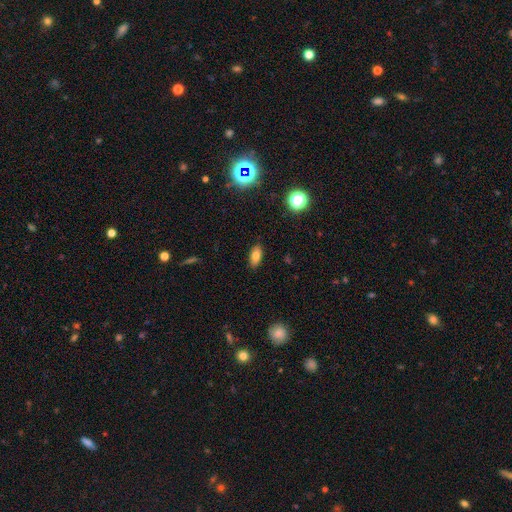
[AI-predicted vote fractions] Smooth or featured?
  - smooth: 79% *
  - star or artifact: 11%
  - featured or disk: 10%
How rounded?
  - in between: 87% *
  - cigar-shaped: 9%
  - round: 4%
Merging?
  - none: 87% *
  - minor disturbance: 10%
  - major disturbance: 2%
  - merger: 1%